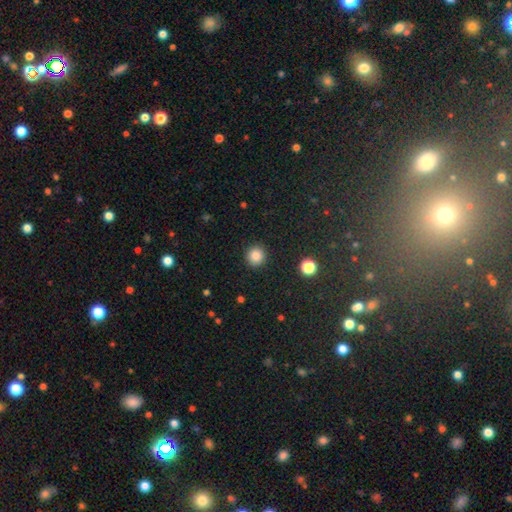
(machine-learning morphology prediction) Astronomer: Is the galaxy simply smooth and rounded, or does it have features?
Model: smooth — 86%.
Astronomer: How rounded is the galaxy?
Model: round — 91%.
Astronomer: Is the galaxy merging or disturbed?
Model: none — 91%.